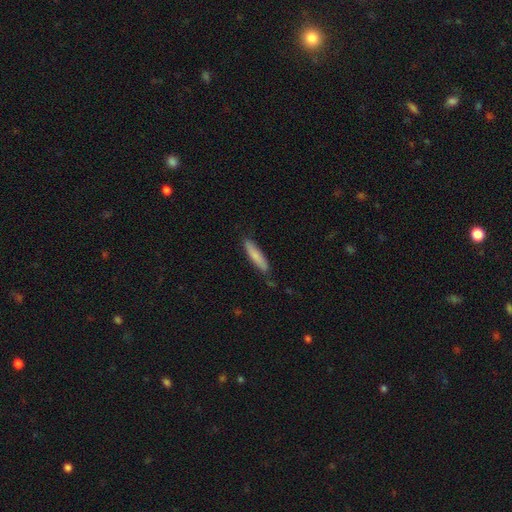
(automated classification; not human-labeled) smooth 79%, featured or disk 15%, star or artifact 6%. Down the decision tree: how rounded — cigar-shaped (83%); merging — none (82%).